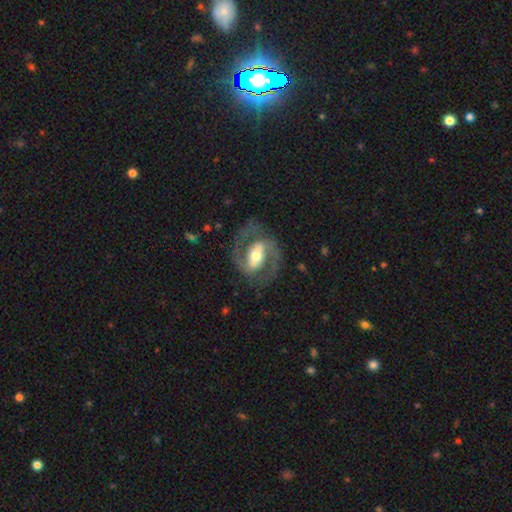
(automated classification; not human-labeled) Smooth or featured? Predicted: featured or disk (p=0.85). Edge-on disk? Predicted: no (p=0.96). Bar? Predicted: strong (p=0.52). Spiral arms? Predicted: yes (p=0.91). Spiral winding? Predicted: medium (p=0.59). Spiral arm count? Predicted: 2 (p=0.91). Bulge size? Predicted: moderate (p=0.65). Merging? Predicted: none (p=0.76).